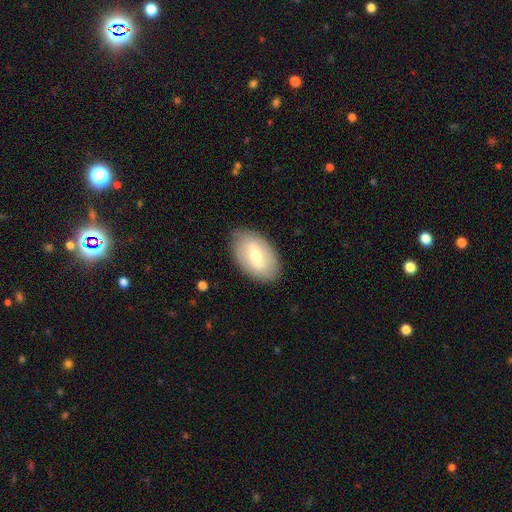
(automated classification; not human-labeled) smooth 48%, featured or disk 45%, star or artifact 6%. Down the decision tree: merging — none (84%).